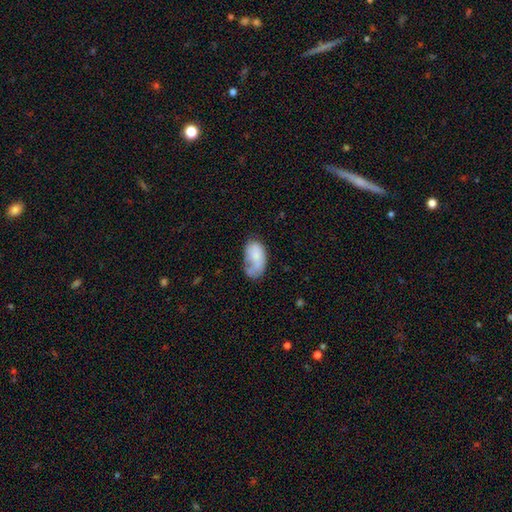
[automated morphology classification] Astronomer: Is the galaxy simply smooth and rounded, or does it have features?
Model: smooth — 72%.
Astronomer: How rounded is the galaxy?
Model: in between — 93%.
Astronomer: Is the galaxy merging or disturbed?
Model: none — 32% (runner-up: minor disturbance, 28%).